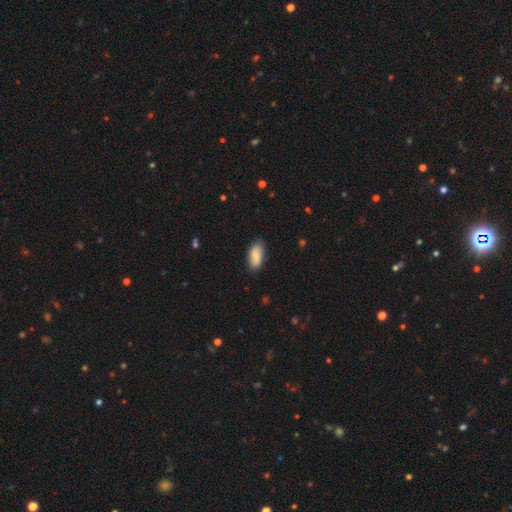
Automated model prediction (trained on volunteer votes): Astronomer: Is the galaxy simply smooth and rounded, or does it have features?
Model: smooth — 85%.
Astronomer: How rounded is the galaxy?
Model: in between — 89%.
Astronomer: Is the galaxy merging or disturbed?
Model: none — 83%.